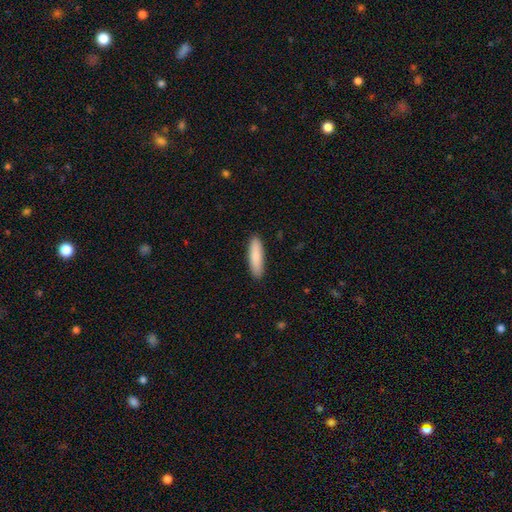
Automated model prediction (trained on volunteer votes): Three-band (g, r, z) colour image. It shows a smooth galaxy with no disk features (86%) that is cigar-shaped (70%). Merging: none (90%).